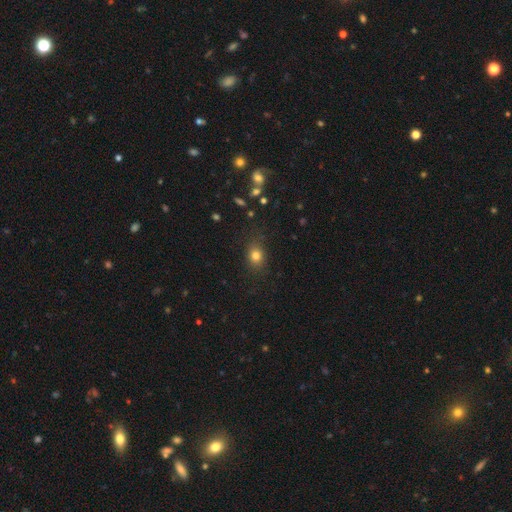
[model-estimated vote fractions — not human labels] The model was most divided on "how rounded": round: 51%, in between: 48%, cigar-shaped: 2%. More confident: merging — none (81%); smooth or featured — smooth (79%).